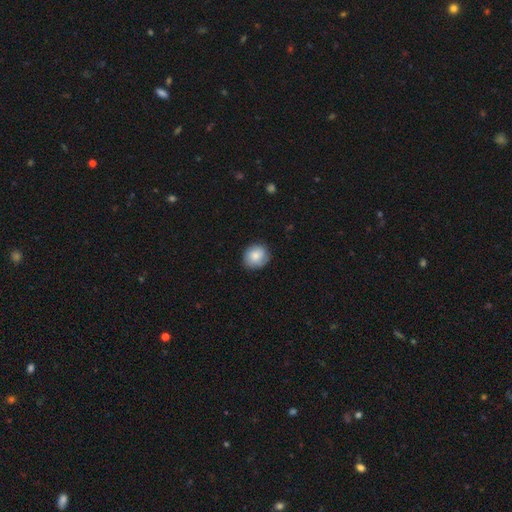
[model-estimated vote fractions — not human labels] Morphology: type=smooth (82%); roundness=round (80%); merging=none (84%).